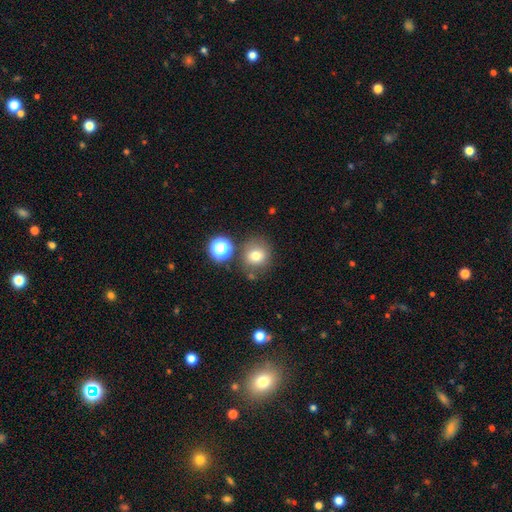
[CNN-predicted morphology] Smooth or featured?
  - smooth: 76% *
  - star or artifact: 14%
  - featured or disk: 10%
How rounded?
  - round: 85% *
  - in between: 14%
  - cigar-shaped: 1%
Merging?
  - none: 73% *
  - minor disturbance: 13%
  - merger: 9%
  - major disturbance: 5%